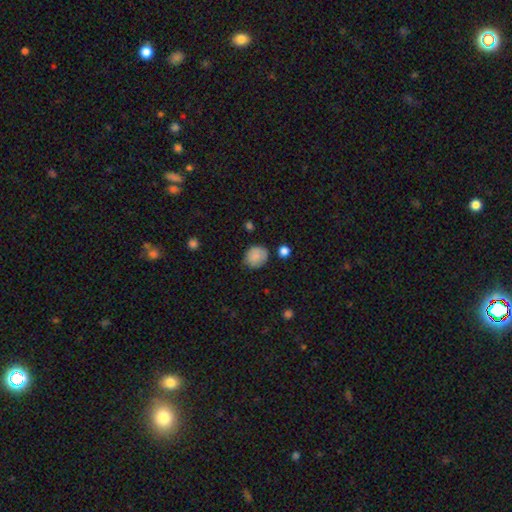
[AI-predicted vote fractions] Smooth or featured?
  - smooth: 82% *
  - featured or disk: 9%
  - star or artifact: 8%
How rounded?
  - round: 64% *
  - in between: 35%
  - cigar-shaped: 1%
Merging?
  - none: 69% *
  - minor disturbance: 23%
  - major disturbance: 5%
  - merger: 3%